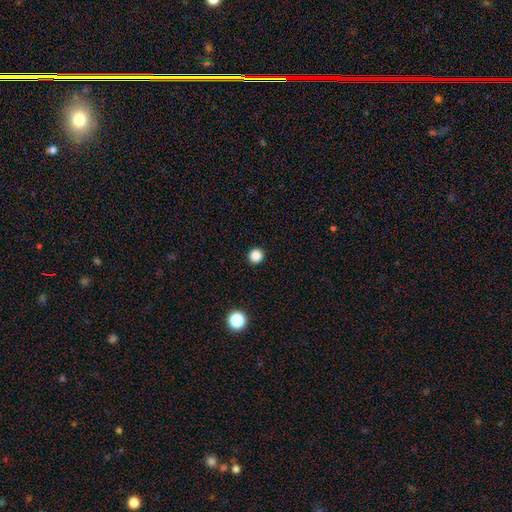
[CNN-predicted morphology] Smooth or featured? Predicted: smooth (p=0.86). How rounded? Predicted: round (p=0.95). Merging? Predicted: none (p=0.94).